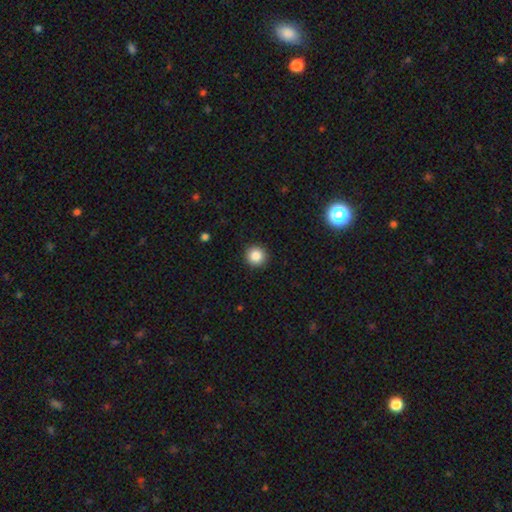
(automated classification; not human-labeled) Smooth or featured?
  - smooth: 86% *
  - star or artifact: 10%
  - featured or disk: 4%
How rounded?
  - round: 95% *
  - in between: 4%
  - cigar-shaped: 1%
Merging?
  - none: 92% *
  - minor disturbance: 5%
  - major disturbance: 2%
  - merger: 1%